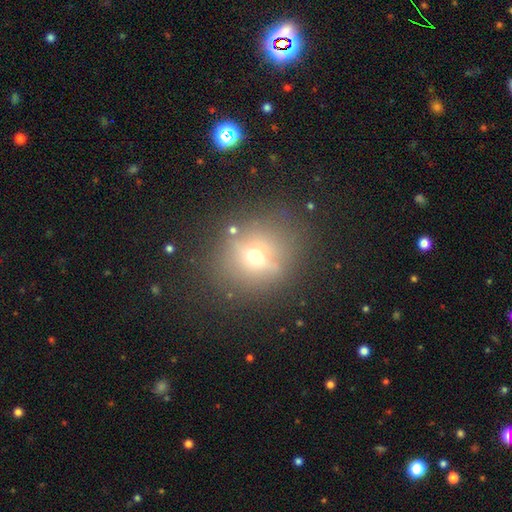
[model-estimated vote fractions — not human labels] The model was most divided on "smooth or featured": smooth: 52%, featured or disk: 28%, star or artifact: 20%. More confident: how rounded — round (82%); merging — none (78%).